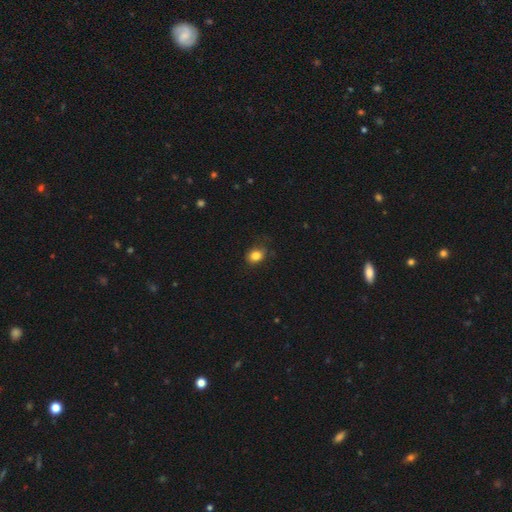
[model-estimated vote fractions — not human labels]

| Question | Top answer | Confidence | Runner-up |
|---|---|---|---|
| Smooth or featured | smooth | 83% | star or artifact (10%) |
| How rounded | in between | 52% | round (47%) |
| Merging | none | 77% | minor disturbance (17%) |